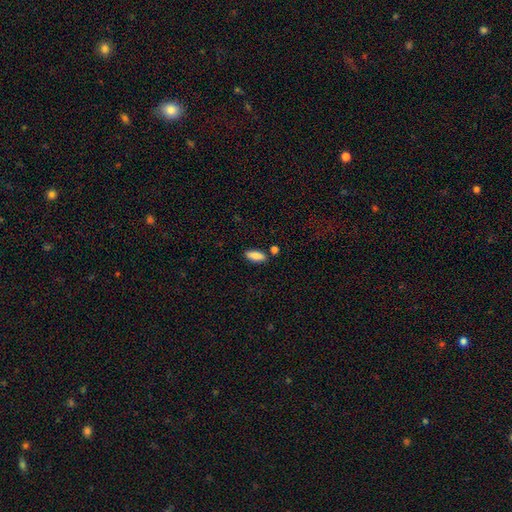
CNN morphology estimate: The model was most divided on "how rounded": in between: 77%, cigar-shaped: 21%, round: 2%. More confident: smooth or featured — smooth (87%); merging — none (82%).